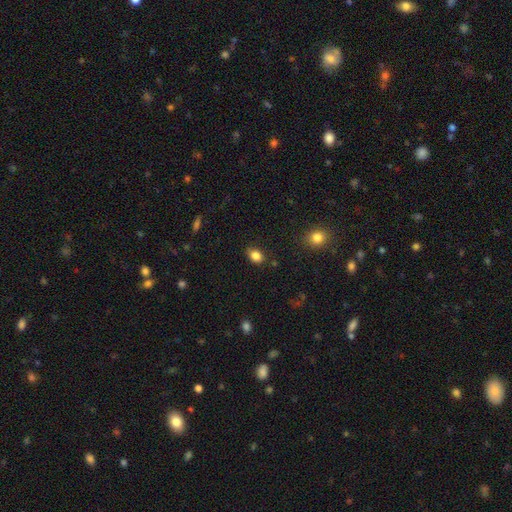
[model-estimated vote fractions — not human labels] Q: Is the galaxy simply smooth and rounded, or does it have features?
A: smooth — 84%.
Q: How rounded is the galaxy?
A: in between — 75%.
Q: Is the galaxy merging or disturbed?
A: none — 82%.